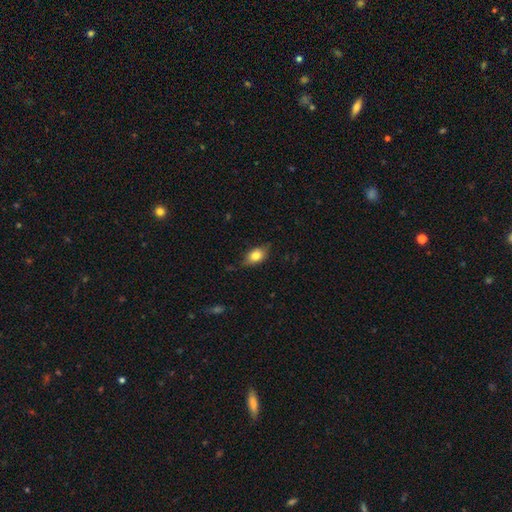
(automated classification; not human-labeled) smooth 79%, featured or disk 14%, star or artifact 8%. Down the decision tree: how rounded — in between (83%); merging — none (72%).